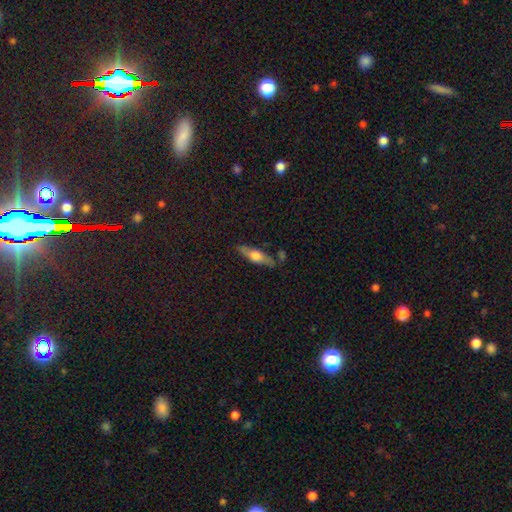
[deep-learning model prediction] Smooth or featured? Predicted: featured or disk (p=0.49). Merging? Predicted: none (p=0.78).